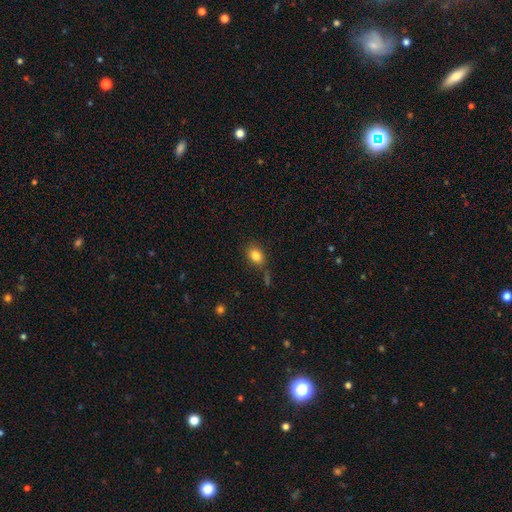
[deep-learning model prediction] This appears to be a smooth galaxy with no disk features (83%) that is in between round and cigar-shaped (69%). Merging: none (75%).